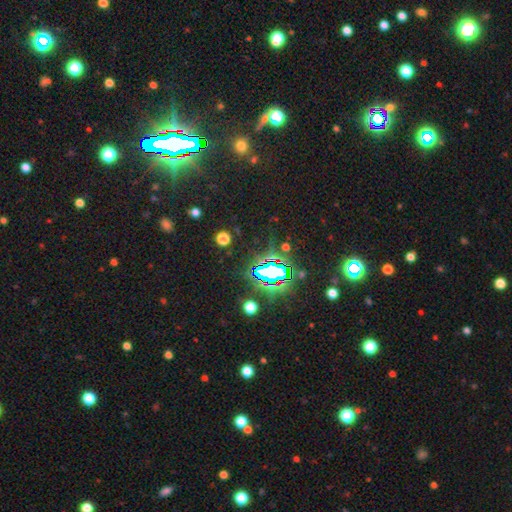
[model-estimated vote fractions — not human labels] This appears to be a star or artifact, not a galaxy (85%).